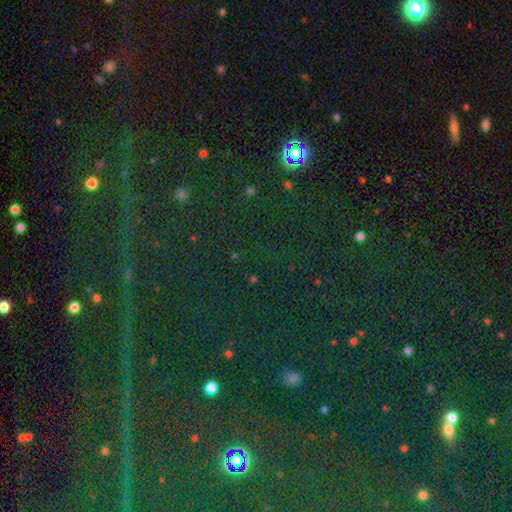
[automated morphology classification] Overall: star or artifact (79%).